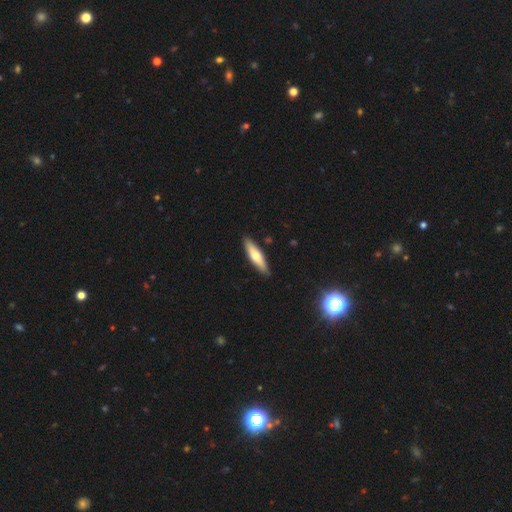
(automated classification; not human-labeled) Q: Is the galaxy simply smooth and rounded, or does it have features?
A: smooth — 62%.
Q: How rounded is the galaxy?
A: cigar-shaped — 72%.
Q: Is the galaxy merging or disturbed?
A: none — 89%.